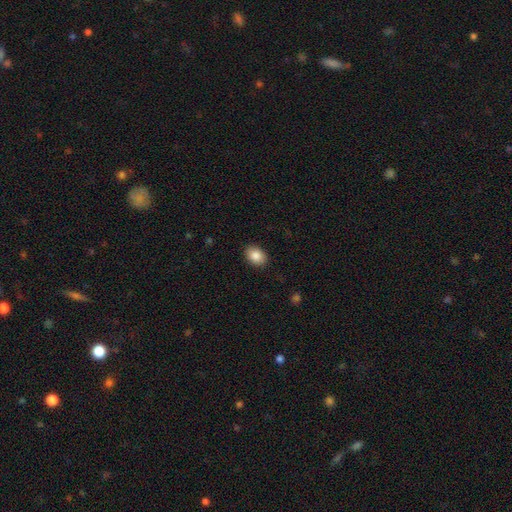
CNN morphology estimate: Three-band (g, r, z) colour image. It shows a smooth galaxy with no disk features (87%) that is in between round and cigar-shaped (70%). Merging: none (89%).